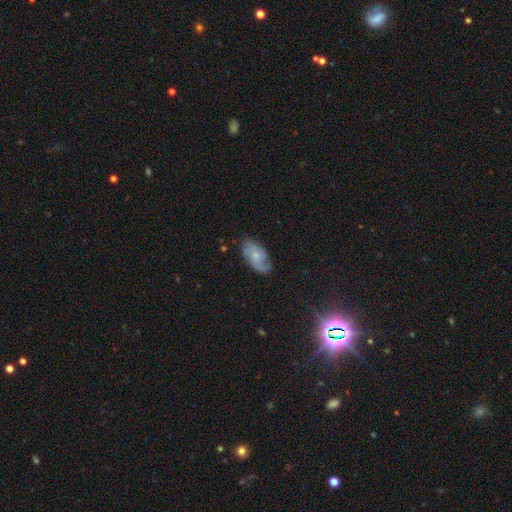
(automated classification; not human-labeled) Smooth or featured? Predicted: featured or disk (p=0.51). Edge-on disk? Predicted: no (p=0.93). Merging? Predicted: none (p=0.66).